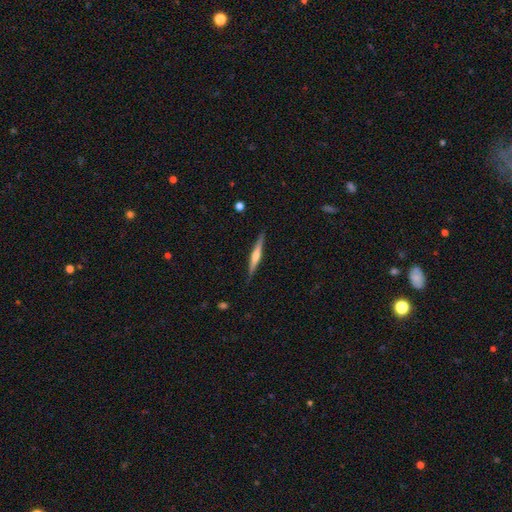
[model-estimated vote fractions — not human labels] featured or disk 62%, smooth 32%, star or artifact 6%. Down the decision tree: edge-on disk — yes (98%); edge-on bulge — rounded (74%); merging — none (88%).